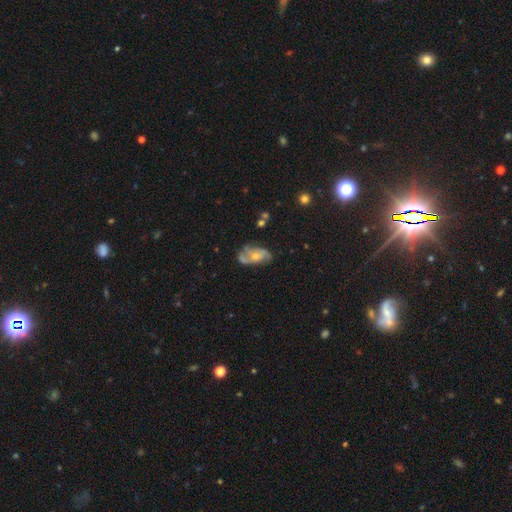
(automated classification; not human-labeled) This is likely a featured or disk galaxy (67%). It is clearly not viewed edge-on (95%). Bar: likely no (70%). Spiral arm pattern: likely yes (79%). Spiral arm count: possibly 2 (54%). Spiral winding: marginally medium (42%). Central bulge: possibly moderate (47%). Merging: possibly none (52%).